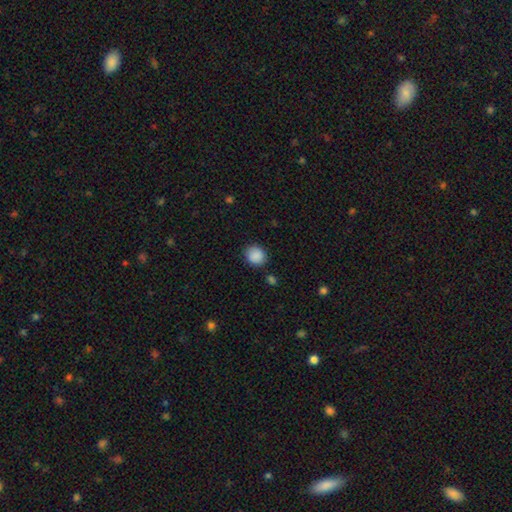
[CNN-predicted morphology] Q: Smooth or featured?
A: smooth (89%); runner-up: star or artifact (8%)
Q: How rounded?
A: round (79%); runner-up: in between (20%)
Q: Merging?
A: none (85%); runner-up: minor disturbance (10%)